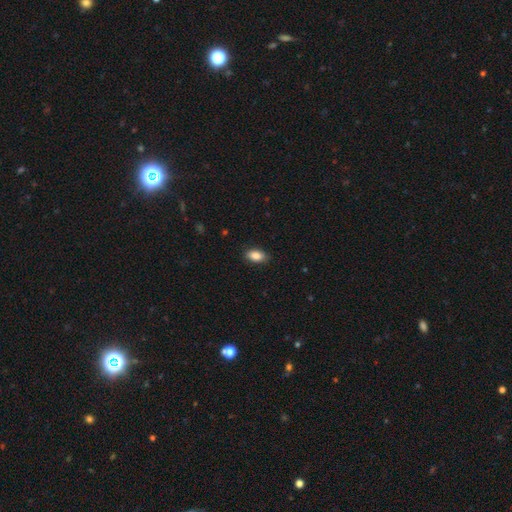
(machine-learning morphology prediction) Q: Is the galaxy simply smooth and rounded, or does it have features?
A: smooth — 86%.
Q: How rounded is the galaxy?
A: in between — 91%.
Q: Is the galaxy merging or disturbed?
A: none — 87%.